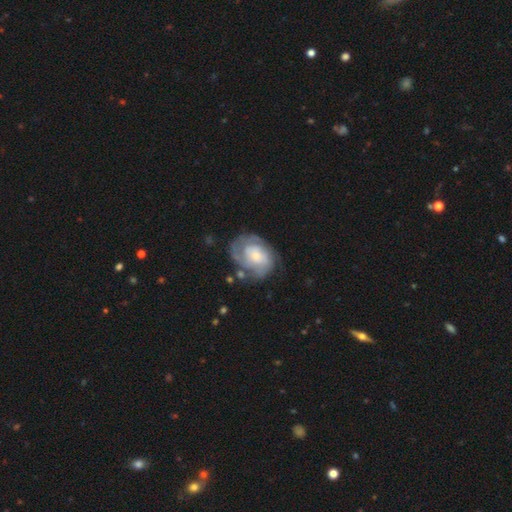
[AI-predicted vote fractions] This appears to be a featured or disk galaxy (69%) with no bar (74%), tight (55%) spiral arms (82%) and a small central bulge (53%). Merging: none (55%).